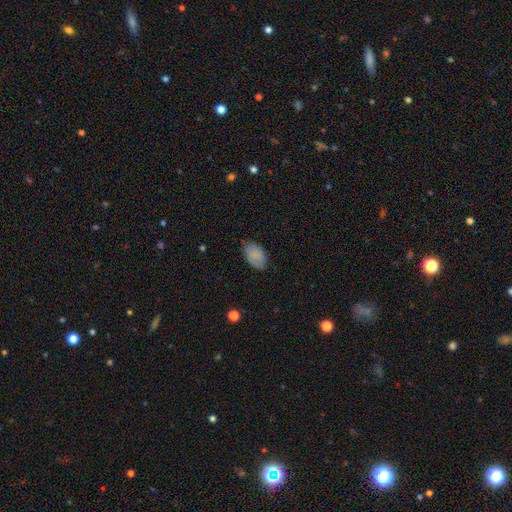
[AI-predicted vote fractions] Smooth or featured?
  - smooth: 85% *
  - featured or disk: 8%
  - star or artifact: 7%
How rounded?
  - in between: 91% *
  - round: 8%
  - cigar-shaped: 1%
Merging?
  - none: 75% *
  - minor disturbance: 20%
  - major disturbance: 4%
  - merger: 1%